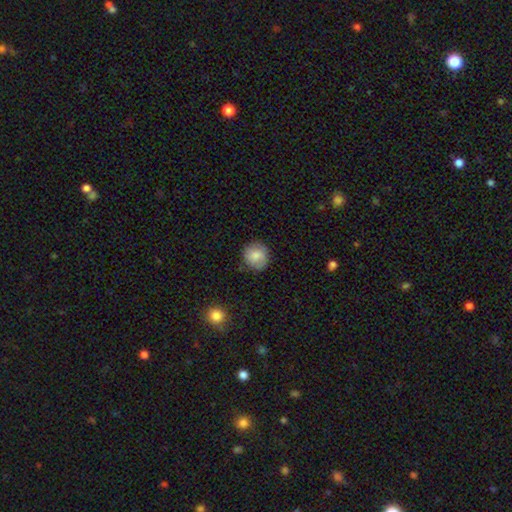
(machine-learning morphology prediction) A smooth galaxy with no disk features (82%) that is round (89%).

Vote fractions:
- Smooth or featured? smooth: 82% / featured or disk: 10% / star or artifact: 8%
- How rounded? round: 89% / in between: 10% / cigar-shaped: 1%
- Merging? none: 82% / minor disturbance: 14% / major disturbance: 3% / merger: 1%